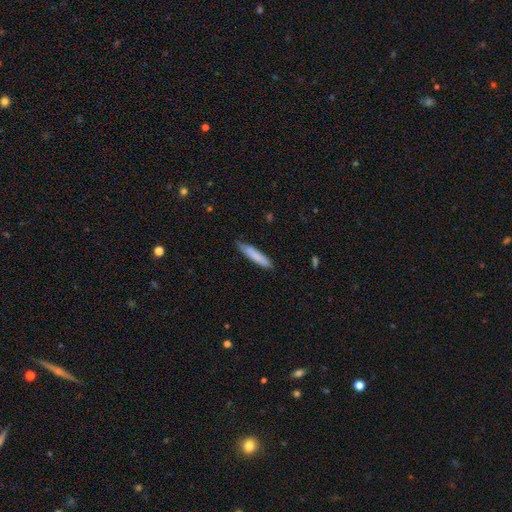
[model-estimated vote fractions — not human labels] Smooth or featured? smooth (81%)
How rounded? cigar-shaped (88%)
Merging? none (80%)